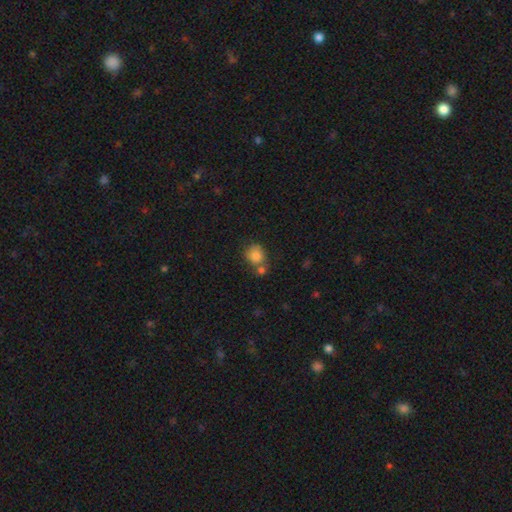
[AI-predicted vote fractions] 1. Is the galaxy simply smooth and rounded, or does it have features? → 83% smooth, 9% star or artifact, 8% featured or disk.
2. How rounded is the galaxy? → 78% round, 21% in between, 1% cigar-shaped.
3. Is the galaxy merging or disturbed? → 53% none, 28% merger, 14% minor disturbance, 5% major disturbance.